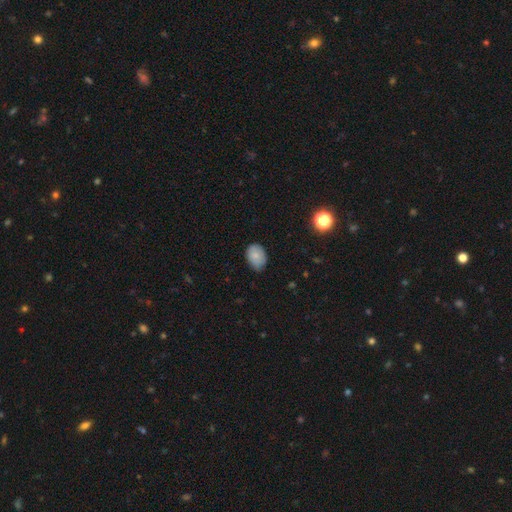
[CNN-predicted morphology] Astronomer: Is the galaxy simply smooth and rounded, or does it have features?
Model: smooth — 78%.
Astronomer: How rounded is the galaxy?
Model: in between — 73%.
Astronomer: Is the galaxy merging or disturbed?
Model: none — 67%.